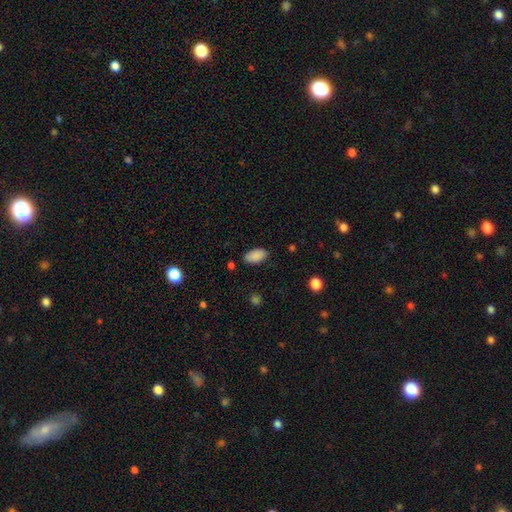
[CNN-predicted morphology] smooth-or-featured: smooth: 89% | star or artifact: 7% | featured or disk: 4%
  how-rounded: in between: 94% | round: 3% | cigar-shaped: 3%
  merging: none: 84% | minor disturbance: 12% | major disturbance: 3% | merger: 2%